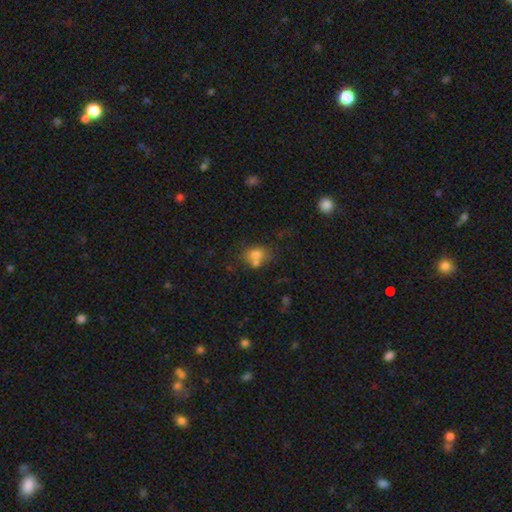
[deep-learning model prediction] smooth-or-featured: smooth: 72% | featured or disk: 16% | star or artifact: 13%
  how-rounded: in between: 53% | round: 46% | cigar-shaped: 1%
  merging: none: 41% | merger: 38% | minor disturbance: 14% | major disturbance: 6%